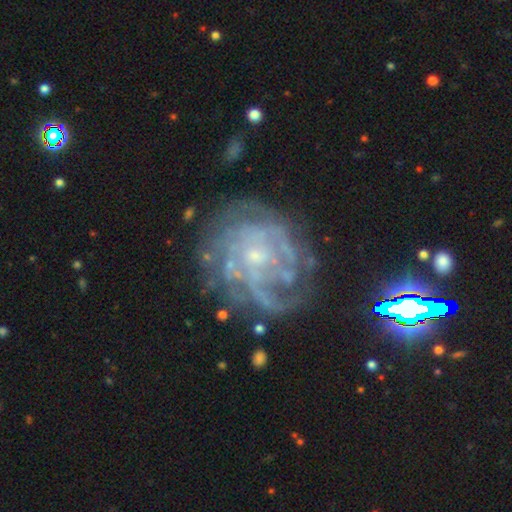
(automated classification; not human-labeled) smooth_or_featured: featured or disk (p=0.80) [alt: star or artifact p=0.11]
disk_edge_on: no (p=0.98) [alt: yes p=0.02]
bar: no (p=0.77) [alt: weak p=0.19]
has_spiral_arms: yes (p=0.85) [alt: no p=0.15]
spiral_winding: tight (p=0.60) [alt: medium p=0.29]
spiral_arm_count: can't tell (p=0.48) [alt: 3 p=0.13]
bulge_size: small (p=0.72) [alt: moderate p=0.17]
merging: none (p=0.63) [alt: minor disturbance p=0.19]